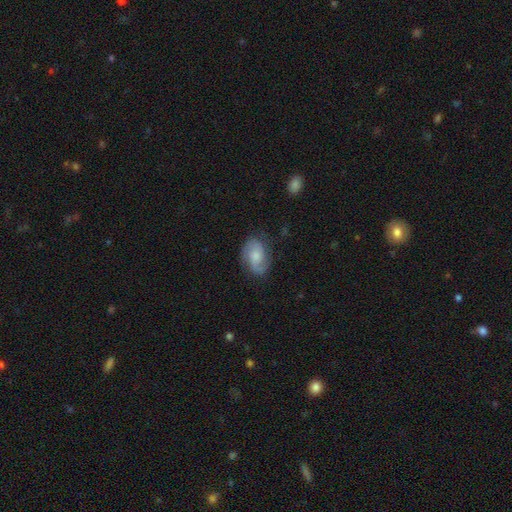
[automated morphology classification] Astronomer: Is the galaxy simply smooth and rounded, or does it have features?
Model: featured or disk — 66%.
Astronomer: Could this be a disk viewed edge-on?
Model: no — 97%.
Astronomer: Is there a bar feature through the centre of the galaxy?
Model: no — 64%.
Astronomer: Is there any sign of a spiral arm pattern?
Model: yes — 94%.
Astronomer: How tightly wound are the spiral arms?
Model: medium — 48% (runner-up: tight, 31%).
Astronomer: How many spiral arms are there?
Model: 2 — 84%.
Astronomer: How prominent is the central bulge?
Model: moderate — 40% (runner-up: small, 39%).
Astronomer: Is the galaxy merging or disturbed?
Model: none — 75%.